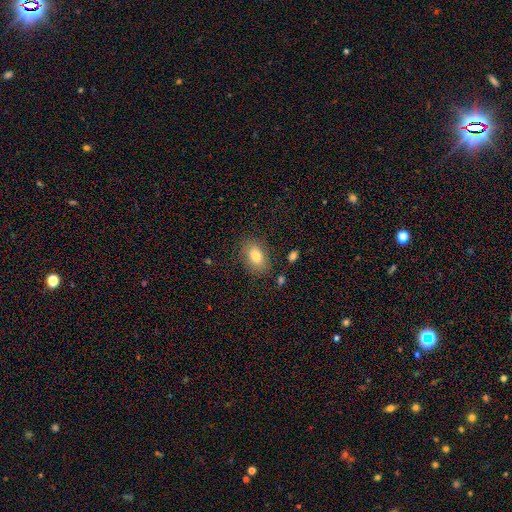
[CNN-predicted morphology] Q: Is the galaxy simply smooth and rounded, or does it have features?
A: smooth — 82%.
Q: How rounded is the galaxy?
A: in between — 84%.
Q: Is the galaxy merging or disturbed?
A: none — 82%.